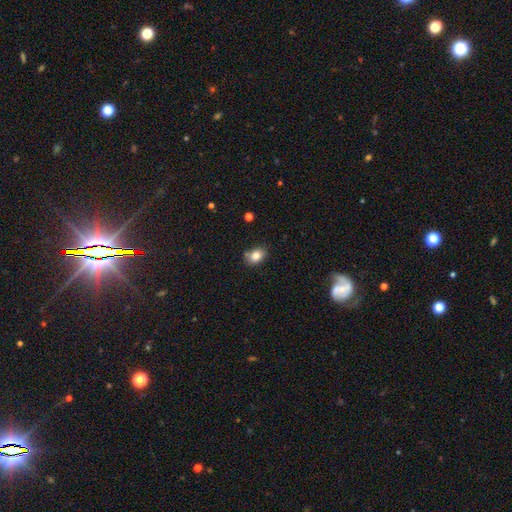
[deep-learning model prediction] Smooth or featured: smooth — 83% (star or artifact — 10%)
How rounded: in between — 67% (round — 32%)
Merging: none — 72% (minor disturbance — 20%)